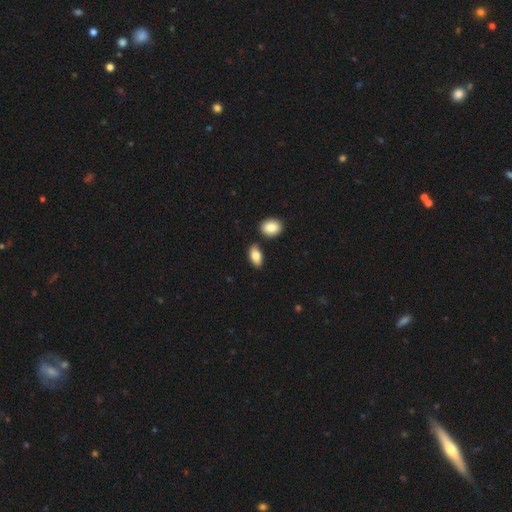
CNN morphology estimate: smooth 82%, featured or disk 11%, star or artifact 7%. Down the decision tree: how rounded — in between (92%); merging — none (79%).